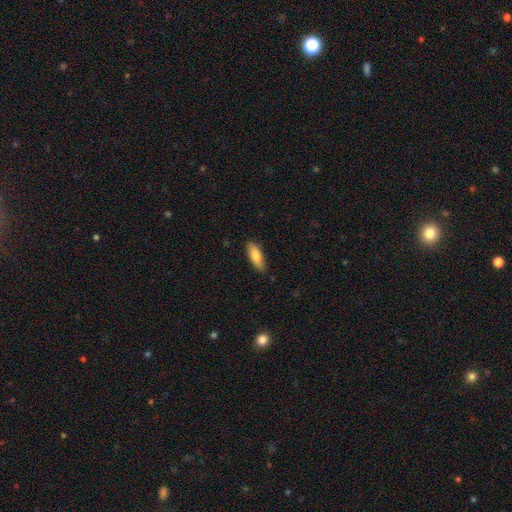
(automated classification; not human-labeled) Smooth or featured? Predicted: smooth (p=0.81). How rounded? Predicted: in between (p=0.63). Merging? Predicted: none (p=0.84).